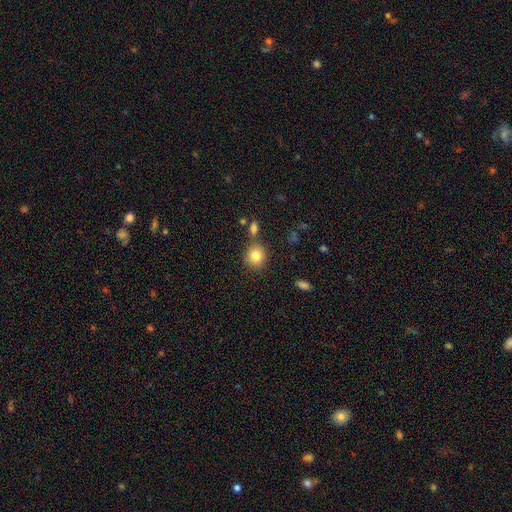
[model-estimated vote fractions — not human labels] Smooth or featured? smooth (84%)
How rounded? round (84%)
Merging? none (78%)